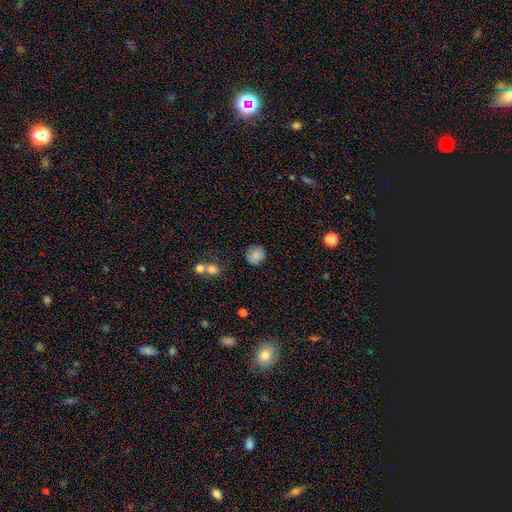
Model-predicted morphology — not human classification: A smooth galaxy with no disk features (83%) that is round (85%).

Vote fractions:
- Smooth or featured? smooth: 83% / star or artifact: 9% / featured or disk: 9%
- How rounded? round: 85% / in between: 14% / cigar-shaped: 1%
- Merging? none: 78% / minor disturbance: 14% / merger: 4% / major disturbance: 4%